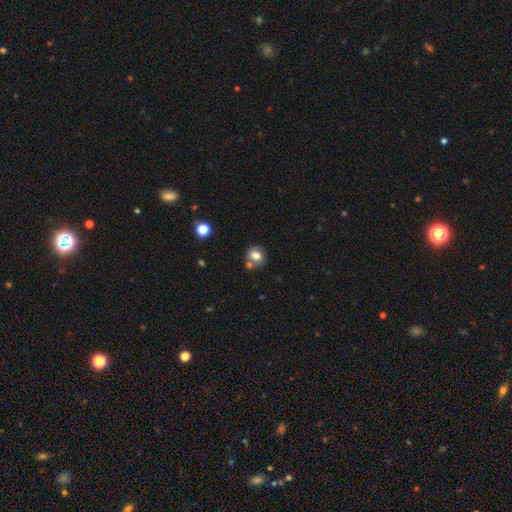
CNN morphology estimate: The model was most divided on "merging": none: 62%, merger: 22%, minor disturbance: 13%, major disturbance: 4%. More confident: smooth or featured — smooth (77%); how rounded — round (74%).